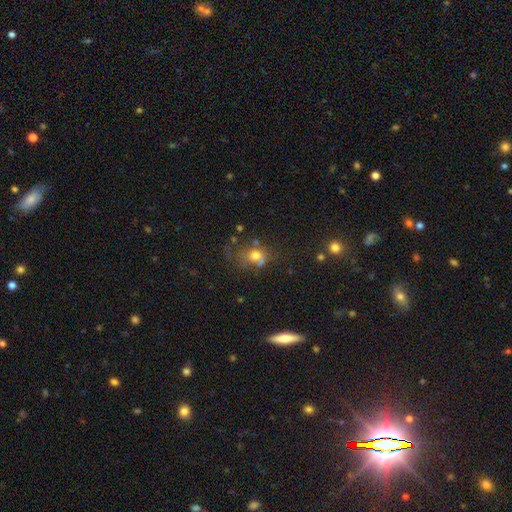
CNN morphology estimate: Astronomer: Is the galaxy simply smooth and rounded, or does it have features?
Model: smooth — 59%.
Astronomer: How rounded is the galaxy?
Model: round — 51% (runner-up: in between, 48%).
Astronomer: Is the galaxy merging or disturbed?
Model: none — 35% (runner-up: major disturbance, 28%).